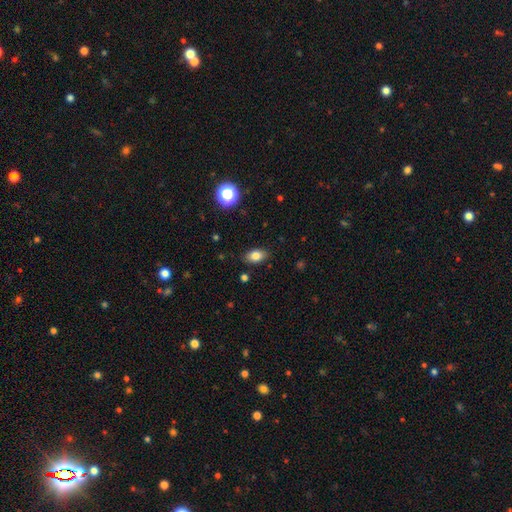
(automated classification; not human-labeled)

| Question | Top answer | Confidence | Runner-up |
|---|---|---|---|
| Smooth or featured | smooth | 80% | star or artifact (10%) |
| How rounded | in between | 86% | round (11%) |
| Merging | none | 86% | minor disturbance (10%) |